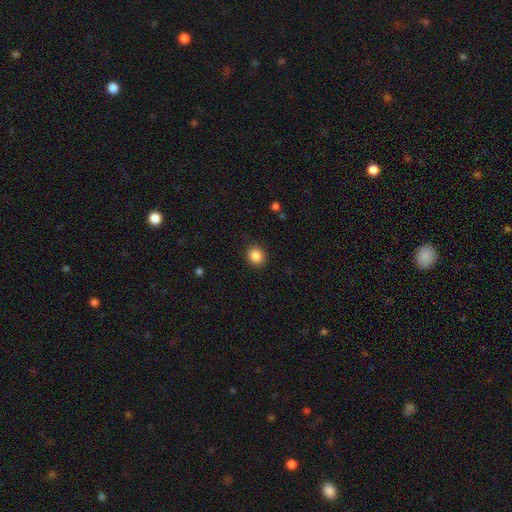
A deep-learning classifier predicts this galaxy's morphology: smooth_or_featured: smooth (p=0.87) [alt: star or artifact p=0.10]
how_rounded: round (p=0.81) [alt: in between p=0.19]
merging: none (p=0.89) [alt: minor disturbance p=0.07]